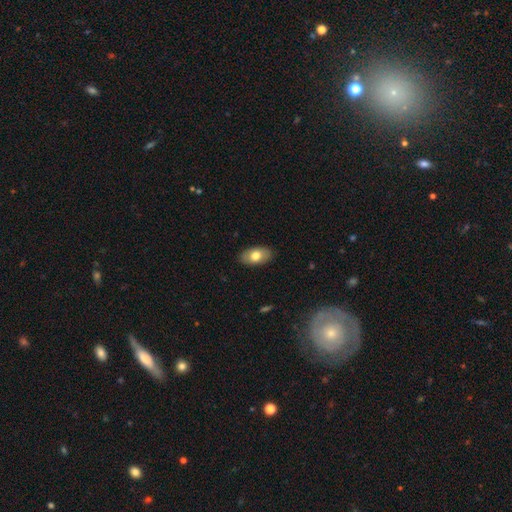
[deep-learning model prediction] smooth_or_featured: smooth (p=0.74) [alt: featured or disk p=0.20]
how_rounded: in between (p=0.93) [alt: round p=0.05]
merging: none (p=0.87) [alt: minor disturbance p=0.10]